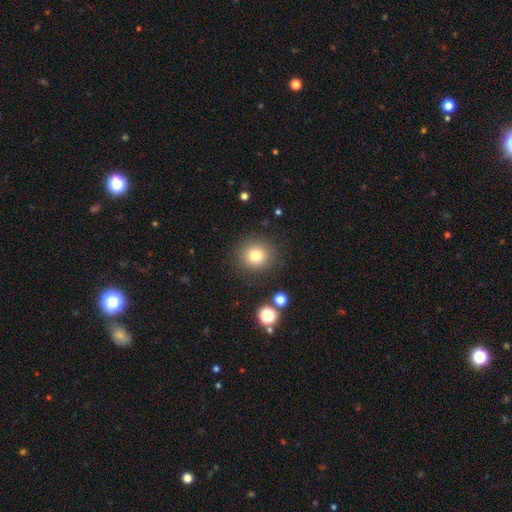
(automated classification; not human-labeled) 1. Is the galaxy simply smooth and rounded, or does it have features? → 79% smooth, 12% star or artifact, 8% featured or disk.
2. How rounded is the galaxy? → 91% round, 8% in between, 1% cigar-shaped.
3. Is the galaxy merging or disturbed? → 87% none, 7% minor disturbance, 3% major disturbance, 2% merger.